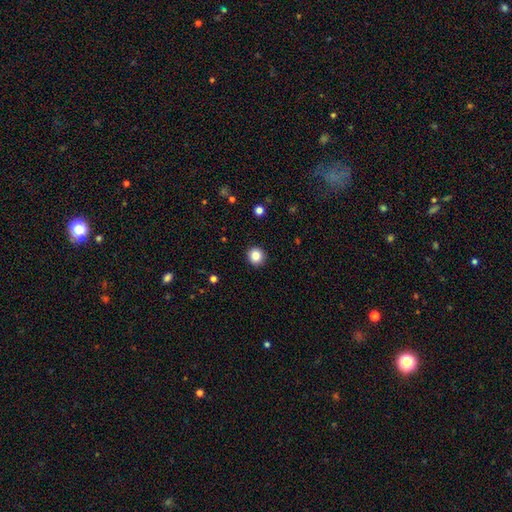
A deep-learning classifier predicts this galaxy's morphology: smooth_or_featured: smooth (p=0.86) [alt: star or artifact p=0.10]
how_rounded: round (p=0.91) [alt: in between p=0.08]
merging: none (p=0.92) [alt: minor disturbance p=0.05]